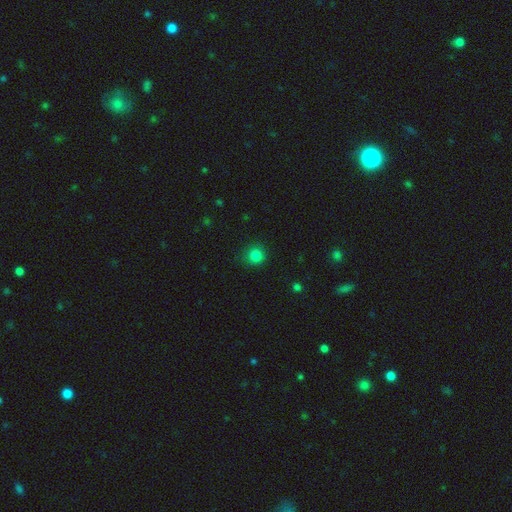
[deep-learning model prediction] smooth-or-featured: smooth: 83% | star or artifact: 13% | featured or disk: 4%
  how-rounded: round: 92% | in between: 7% | cigar-shaped: 1%
  merging: none: 87% | minor disturbance: 9% | major disturbance: 3% | merger: 1%